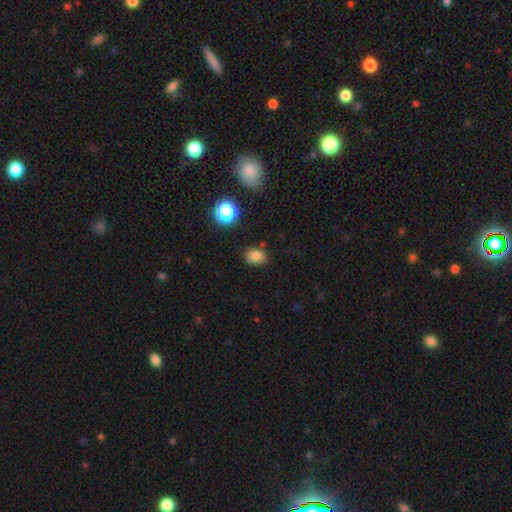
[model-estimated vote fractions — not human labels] A smooth galaxy with no disk features (80%) that is in between round and cigar-shaped (60%). Merging: none (79%).